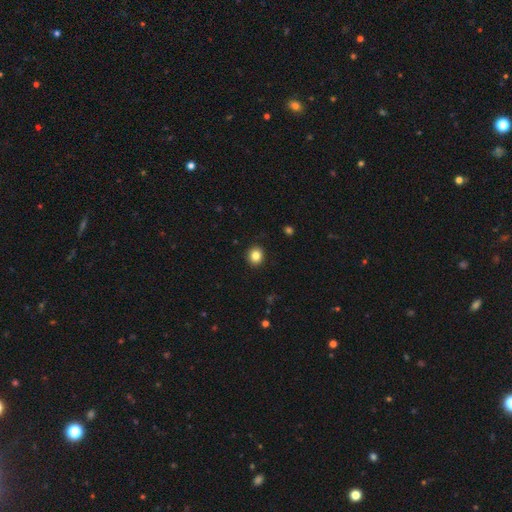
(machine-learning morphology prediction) The model was most divided on "how rounded": round: 85%, in between: 14%, cigar-shaped: 1%. More confident: merging — none (92%); smooth or featured — smooth (84%).